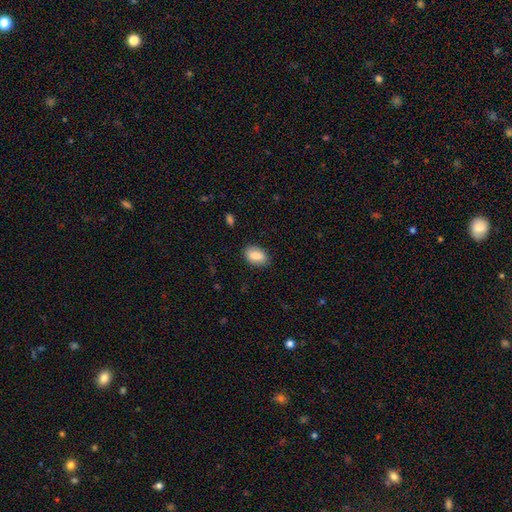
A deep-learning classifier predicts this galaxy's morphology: Overall: smooth (86%). How rounded: in between (90%). Merging: none (84%).